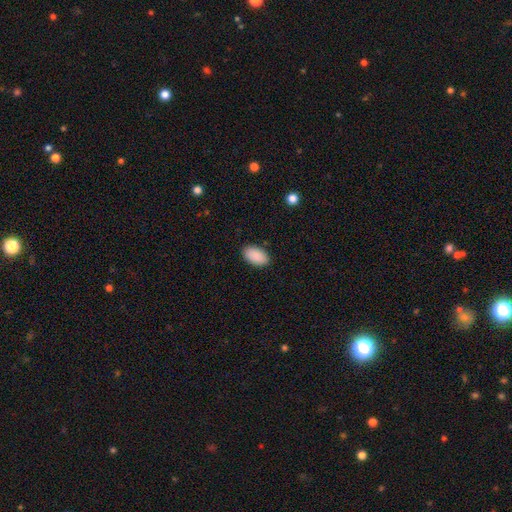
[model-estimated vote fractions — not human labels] Overall: smooth (91%). How rounded: in between (95%). Merging: none (89%).